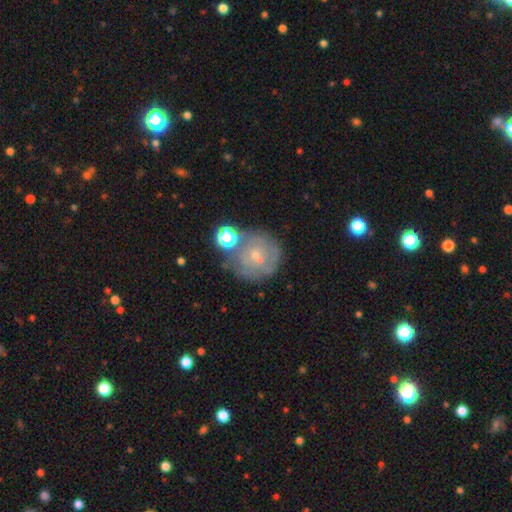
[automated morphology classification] The model was most divided on "smooth or featured": smooth: 46%, featured or disk: 40%, star or artifact: 14%. More confident: merging — none (53%).